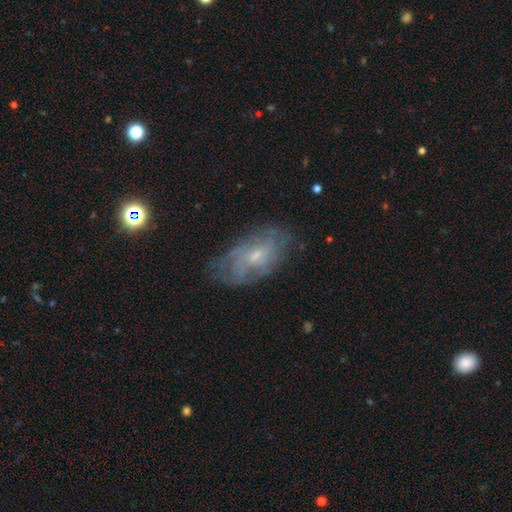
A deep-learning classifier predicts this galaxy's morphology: Overall: featured or disk (59%; smooth 31%). Edge-on disk: no (93%). Bar: no (70%). Spiral arms: yes (63%; no 37%). Bulge size: small (64%; moderate 29%). Merging: none (63%; minor disturbance 25%).